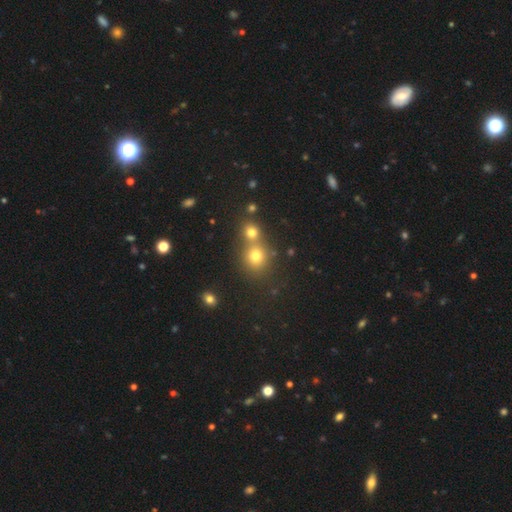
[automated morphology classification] A smooth galaxy with no disk features (74%) that is round (81%). Merging: none (49%).